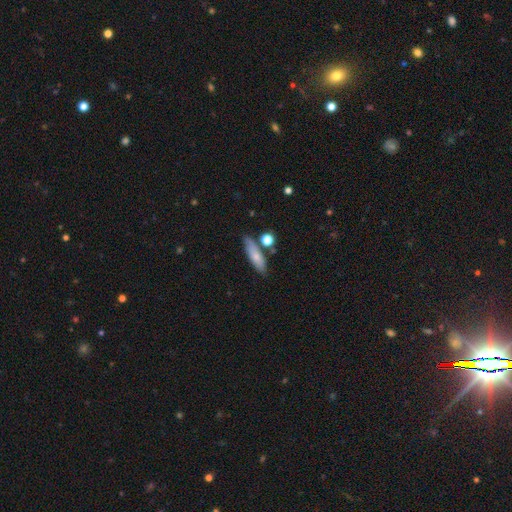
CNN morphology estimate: smooth 73%, featured or disk 19%, star or artifact 7%. Down the decision tree: how rounded — cigar-shaped (51%); merging — none (68%).